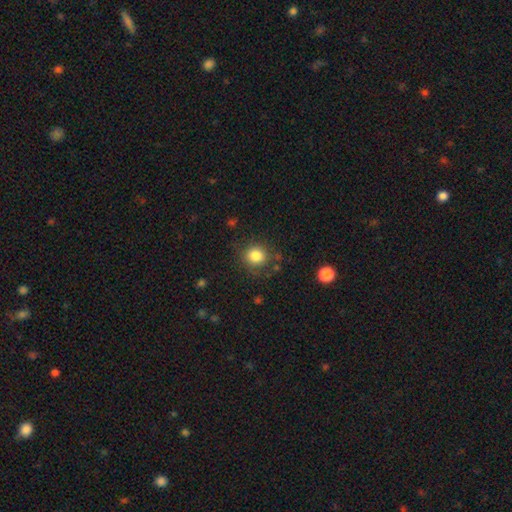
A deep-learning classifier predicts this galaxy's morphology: This is clearly a smooth galaxy (83%). How rounded: clearly round (85%). Merging: clearly none (82%).